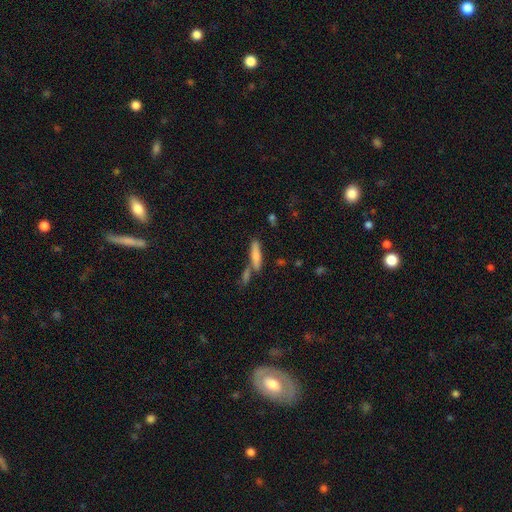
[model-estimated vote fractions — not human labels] smooth_or_featured: smooth (p=0.71) [alt: featured or disk p=0.22]
how_rounded: cigar-shaped (p=0.77) [alt: in between p=0.21]
merging: none (p=0.57) [alt: merger p=0.28]